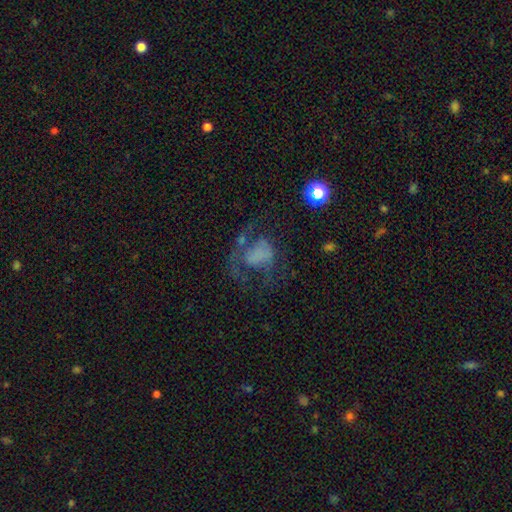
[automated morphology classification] Smooth or featured?
  - featured or disk: 46% *
  - smooth: 36%
  - star or artifact: 17%
Merging?
  - major disturbance: 47% *
  - none: 31%
  - minor disturbance: 17%
  - merger: 5%